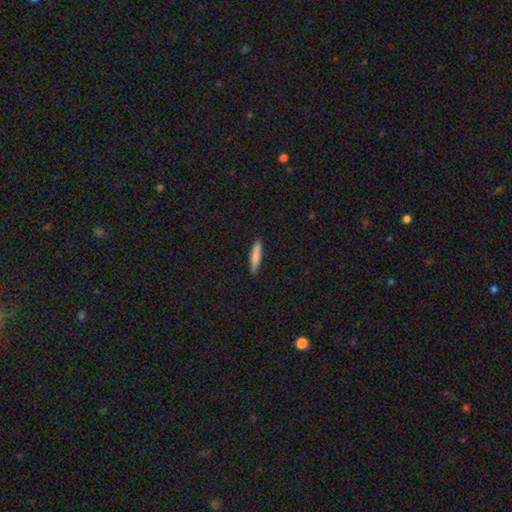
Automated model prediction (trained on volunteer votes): Overall: smooth (78%). How rounded: cigar-shaped (85%). Merging: none (87%).